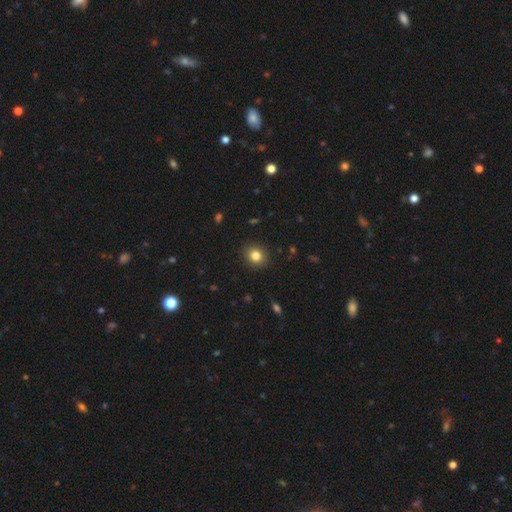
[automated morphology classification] A smooth galaxy with no disk features (83%) that is round (78%).

Vote fractions:
- Smooth or featured? smooth: 83% / star or artifact: 11% / featured or disk: 6%
- How rounded? round: 78% / in between: 21% / cigar-shaped: 1%
- Merging? none: 90% / minor disturbance: 7% / major disturbance: 2% / merger: 1%